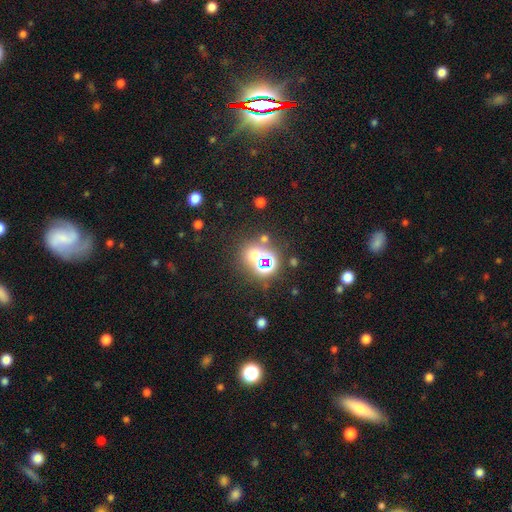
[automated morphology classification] smooth-or-featured: smooth: 46% | star or artifact: 41% | featured or disk: 13%
  merging: none: 58% | merger: 28% | minor disturbance: 9% | major disturbance: 5%